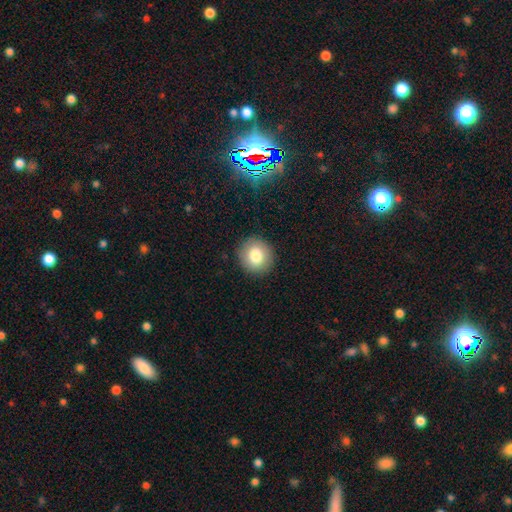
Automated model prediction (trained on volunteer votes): Smooth or featured? smooth (81%)
How rounded? round (86%)
Merging? none (90%)